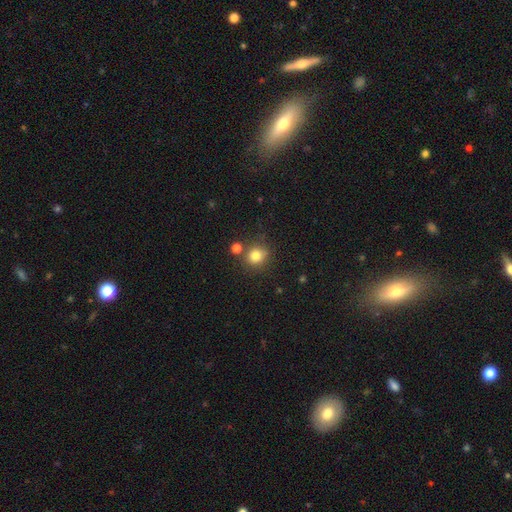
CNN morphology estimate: Smooth or featured?
  - smooth: 81% *
  - star or artifact: 13%
  - featured or disk: 7%
How rounded?
  - round: 84% *
  - in between: 15%
  - cigar-shaped: 1%
Merging?
  - none: 71% *
  - minor disturbance: 13%
  - merger: 12%
  - major disturbance: 4%